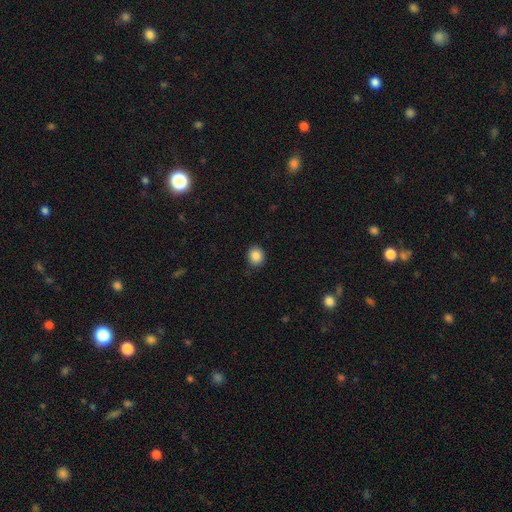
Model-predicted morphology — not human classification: Smooth or featured?
  - smooth: 86% *
  - star or artifact: 10%
  - featured or disk: 4%
How rounded?
  - round: 80% *
  - in between: 19%
  - cigar-shaped: 1%
Merging?
  - none: 88% *
  - minor disturbance: 9%
  - major disturbance: 2%
  - merger: 1%